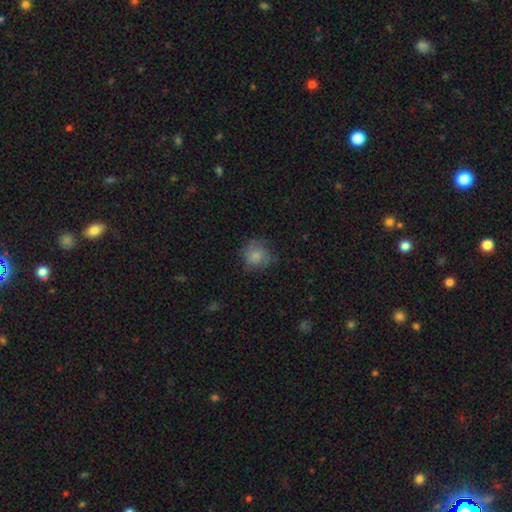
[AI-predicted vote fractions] Smooth or featured?
  - smooth: 77% *
  - featured or disk: 14%
  - star or artifact: 10%
How rounded?
  - round: 84% *
  - in between: 15%
  - cigar-shaped: 1%
Merging?
  - none: 65% *
  - minor disturbance: 24%
  - major disturbance: 10%
  - merger: 1%